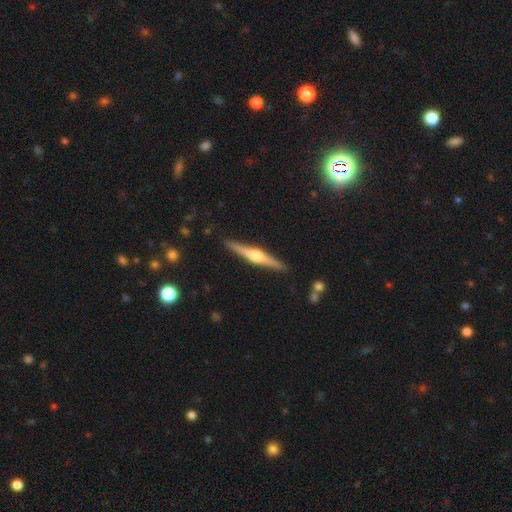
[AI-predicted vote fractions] smooth-or-featured: featured or disk: 79% | smooth: 16% | star or artifact: 5%
  disk-edge-on: yes: 98% | no: 2%
    edge-on-bulge: rounded: 93% | boxy: 5% | none: 2%
  merging: none: 91% | minor disturbance: 7% | merger: 1% | major disturbance: 1%